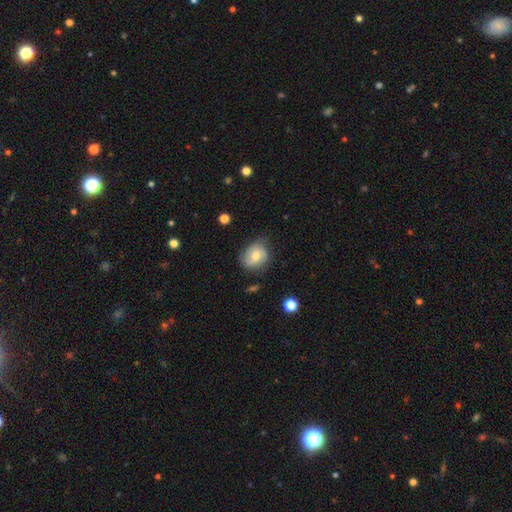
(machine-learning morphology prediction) The model was most divided on "smooth or featured": smooth: 53%, featured or disk: 39%, star or artifact: 8%. More confident: merging — none (66%); how rounded — round (58%).